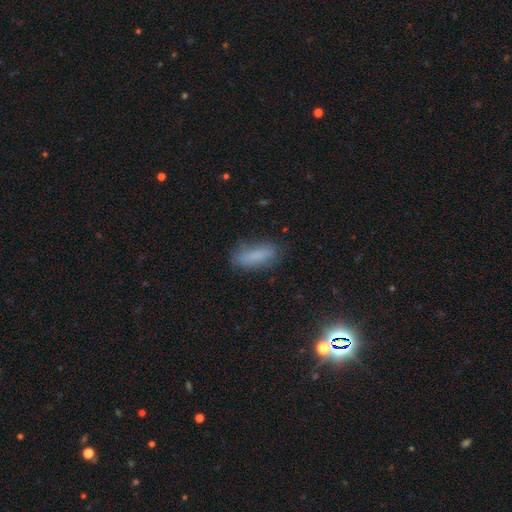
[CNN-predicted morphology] Q: Smooth or featured?
A: smooth (77%); runner-up: featured or disk (11%)
Q: How rounded?
A: in between (57%); runner-up: cigar-shaped (40%)
Q: Merging?
A: none (75%); runner-up: minor disturbance (18%)